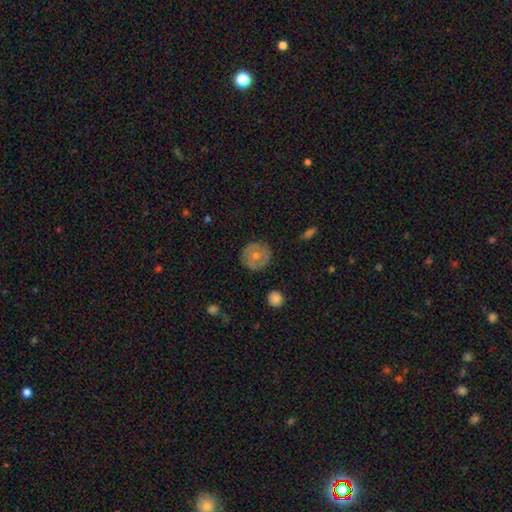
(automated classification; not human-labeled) The model was most divided on "smooth or featured": featured or disk: 48%, smooth: 44%, star or artifact: 7%. More confident: merging — none (83%).